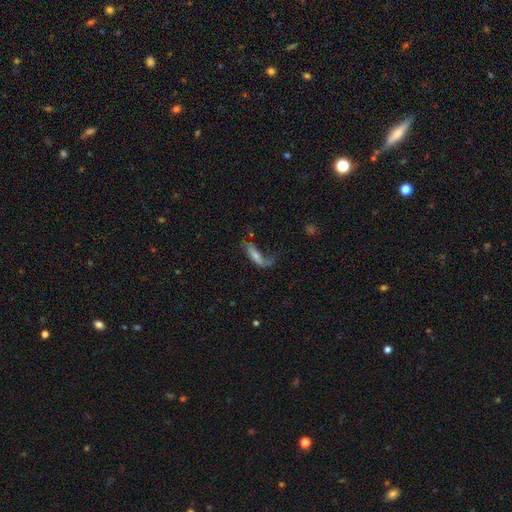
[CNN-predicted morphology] Smooth or featured? featured or disk (56%)
Edge-on disk? no (67%)
Merging? major disturbance (40%)